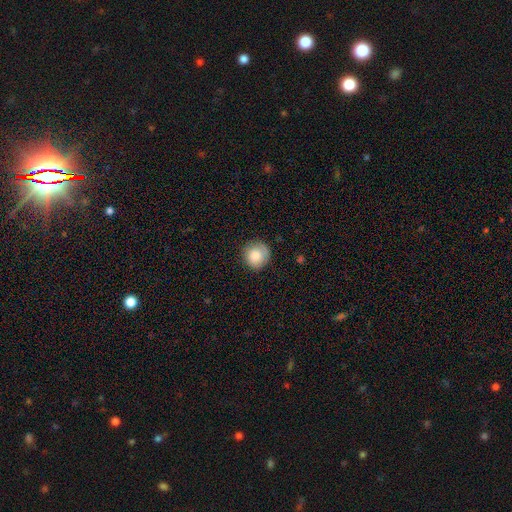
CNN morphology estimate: A smooth galaxy with no disk features (82%) that is round (92%).

Vote fractions:
- Smooth or featured? smooth: 82% / featured or disk: 10% / star or artifact: 8%
- How rounded? round: 92% / in between: 7% / cigar-shaped: 1%
- Merging? none: 79% / minor disturbance: 16% / major disturbance: 4% / merger: 1%